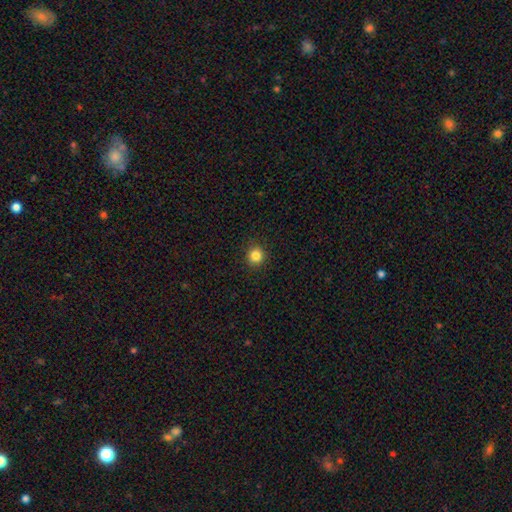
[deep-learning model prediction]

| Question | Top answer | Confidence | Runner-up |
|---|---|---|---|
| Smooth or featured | smooth | 84% | star or artifact (12%) |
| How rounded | round | 92% | in between (7%) |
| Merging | none | 92% | minor disturbance (5%) |